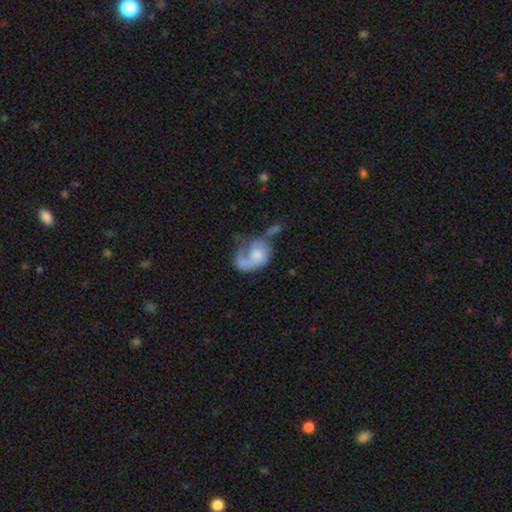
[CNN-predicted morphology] smooth-or-featured: featured or disk: 56% | smooth: 37% | star or artifact: 7%
  disk-edge-on: no: 98% | yes: 2%
    bar: no: 79% | weak: 18% | strong: 3%
    has-spiral-arms: yes: 68% | no: 32%
    bulge-size: moderate: 42% | small: 29% | none: 14% | large: 13% | dominant: 3%
  merging: major disturbance: 41% | none: 23% | merger: 20% | minor disturbance: 16%